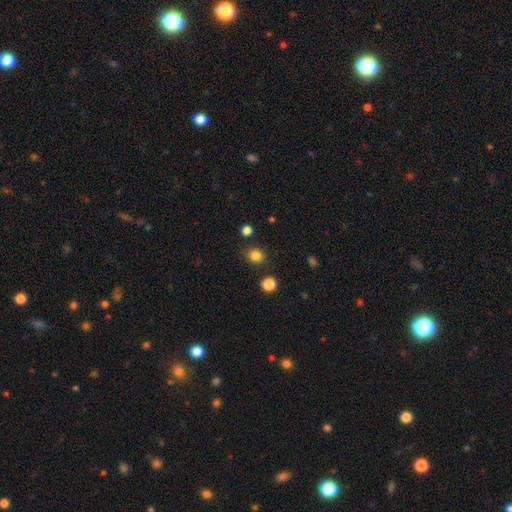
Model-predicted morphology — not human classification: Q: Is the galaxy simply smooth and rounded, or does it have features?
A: smooth — 84%.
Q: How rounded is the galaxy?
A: round — 78%.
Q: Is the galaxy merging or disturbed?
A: none — 86%.